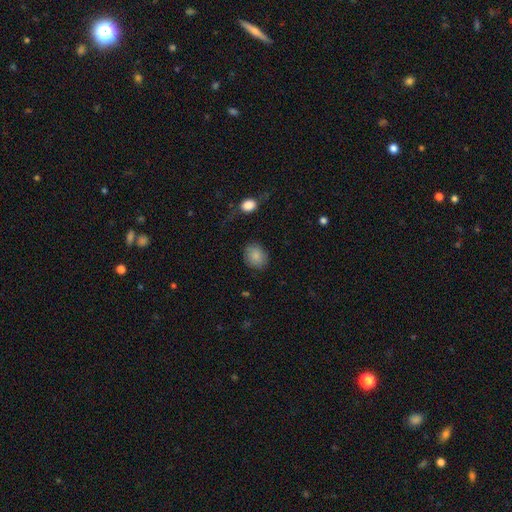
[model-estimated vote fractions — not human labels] This is clearly a smooth galaxy (85%). How rounded: possibly round (57%). Merging: clearly none (81%).